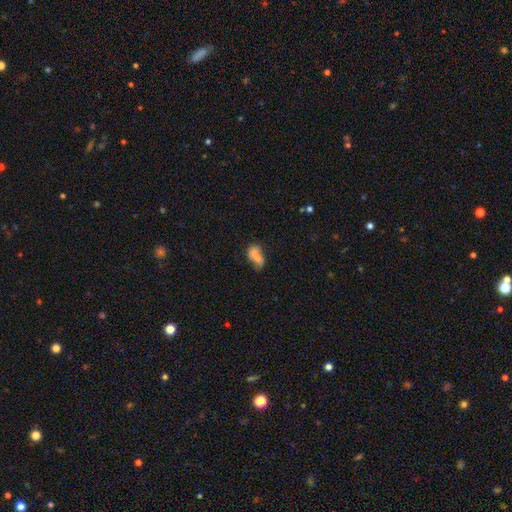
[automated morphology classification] smooth-or-featured: smooth: 66% | featured or disk: 23% | star or artifact: 11%
  how-rounded: in between: 85% | round: 10% | cigar-shaped: 6%
  merging: none: 33% | merger: 31% | minor disturbance: 22% | major disturbance: 14%